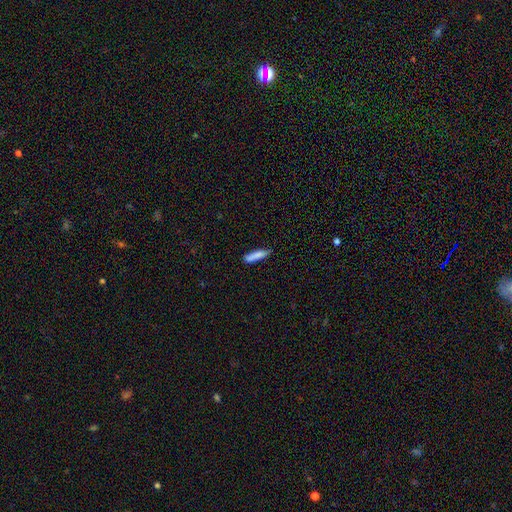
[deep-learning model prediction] This appears to be a smooth galaxy with no disk features (83%) that is cigar-shaped (80%). Merging: none (74%).